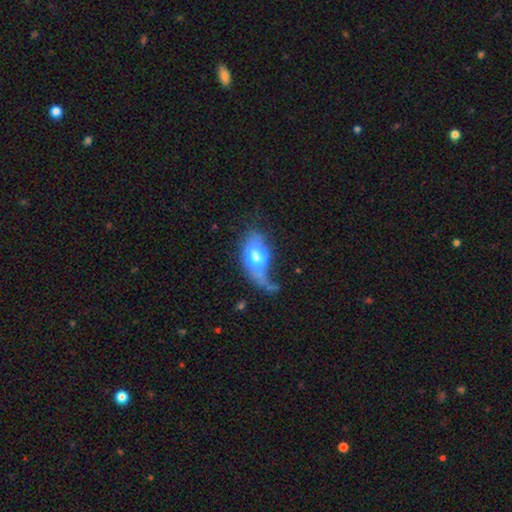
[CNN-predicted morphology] Smooth or featured?
  - smooth: 62% *
  - featured or disk: 30%
  - star or artifact: 8%
How rounded?
  - in between: 87% *
  - round: 9%
  - cigar-shaped: 4%
Merging?
  - major disturbance: 37% *
  - minor disturbance: 26%
  - none: 24%
  - merger: 12%